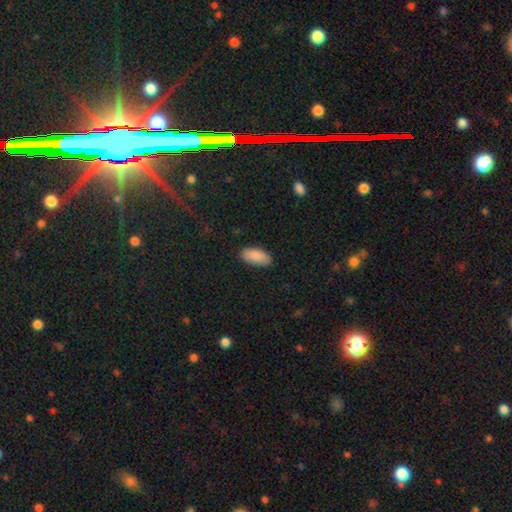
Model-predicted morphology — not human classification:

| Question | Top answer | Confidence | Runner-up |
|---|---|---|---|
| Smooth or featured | smooth | 88% | star or artifact (6%) |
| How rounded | in between | 92% | cigar-shaped (6%) |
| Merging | none | 87% | minor disturbance (10%) |